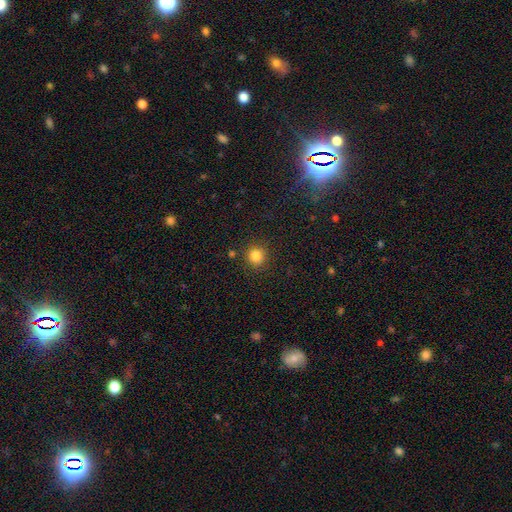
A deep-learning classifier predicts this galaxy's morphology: This is clearly a smooth galaxy (84%). How rounded: clearly round (92%). Merging: clearly none (89%).